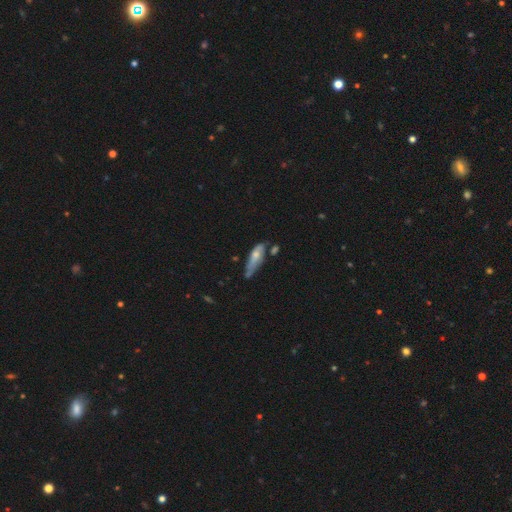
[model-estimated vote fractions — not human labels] The model was most divided on "merging": none: 38%, minor disturbance: 35%, major disturbance: 14%, merger: 13%. More confident: smooth or featured — smooth (58%); how rounded — cigar-shaped (54%).